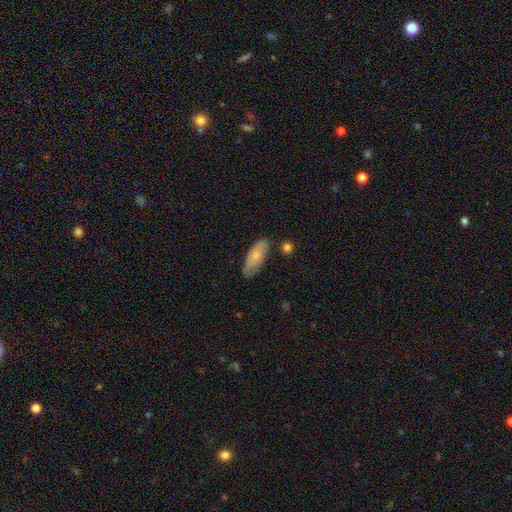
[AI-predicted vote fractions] The model was most divided on "smooth or featured": smooth: 69%, featured or disk: 25%, star or artifact: 6%. More confident: how rounded — in between (74%); merging — none (71%).